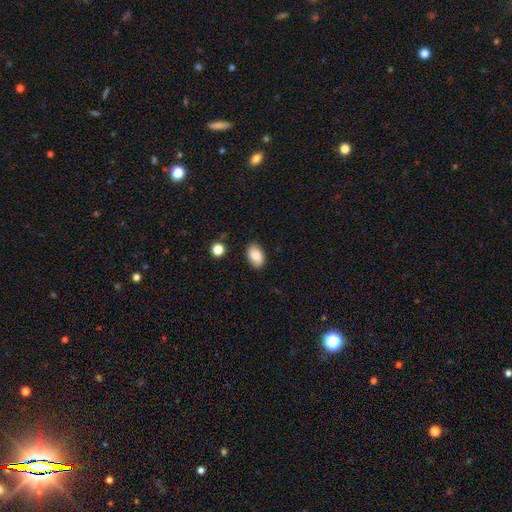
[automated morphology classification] smooth-or-featured: smooth: 84% | featured or disk: 8% | star or artifact: 8%
  how-rounded: in between: 91% | round: 7% | cigar-shaped: 1%
  merging: none: 83% | minor disturbance: 13% | major disturbance: 3% | merger: 2%